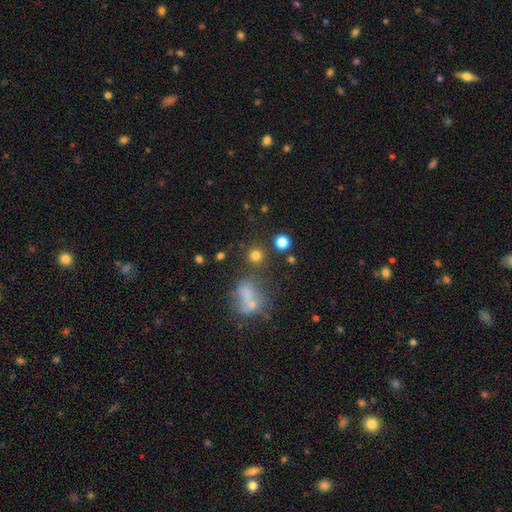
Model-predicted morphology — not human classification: A smooth galaxy with no disk features (77%) that is round (91%).

Vote fractions:
- Smooth or featured? smooth: 77% / star or artifact: 17% / featured or disk: 7%
- How rounded? round: 91% / in between: 8% / cigar-shaped: 1%
- Merging? none: 78% / merger: 10% / minor disturbance: 7% / major disturbance: 4%